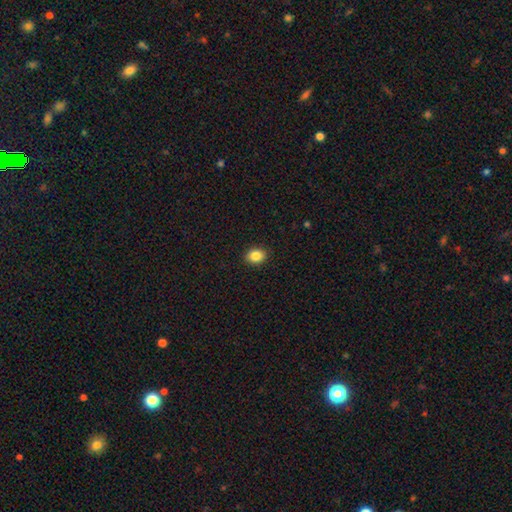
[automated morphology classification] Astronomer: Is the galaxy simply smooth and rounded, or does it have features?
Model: smooth — 85%.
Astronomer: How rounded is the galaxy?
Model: round — 55% (runner-up: in between, 44%).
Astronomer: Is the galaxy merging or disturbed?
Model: none — 91%.